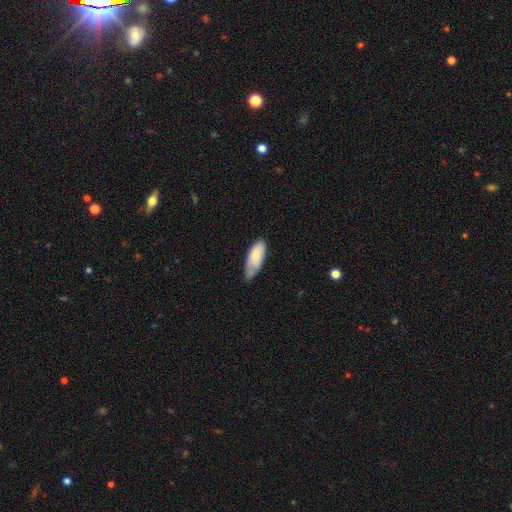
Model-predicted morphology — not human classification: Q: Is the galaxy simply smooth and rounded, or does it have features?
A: smooth — 75%.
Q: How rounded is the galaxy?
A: in between — 83%.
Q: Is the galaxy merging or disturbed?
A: minor disturbance — 46%.